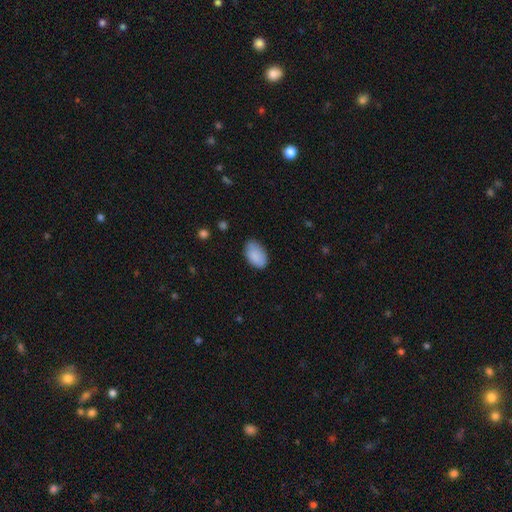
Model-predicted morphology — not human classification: Smooth or featured?
  - smooth: 87% *
  - featured or disk: 7%
  - star or artifact: 7%
How rounded?
  - in between: 93% *
  - round: 6%
  - cigar-shaped: 1%
Merging?
  - none: 74% *
  - minor disturbance: 21%
  - major disturbance: 4%
  - merger: 1%